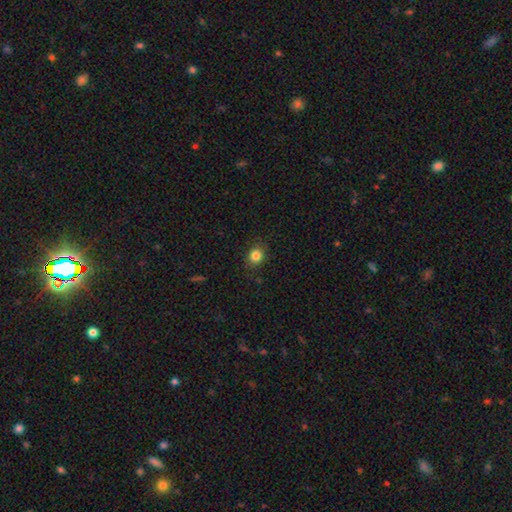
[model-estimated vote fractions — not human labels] smooth-or-featured: smooth: 83% | star or artifact: 11% | featured or disk: 5%
  how-rounded: round: 75% | in between: 24% | cigar-shaped: 1%
  merging: none: 86% | minor disturbance: 10% | major disturbance: 3% | merger: 1%